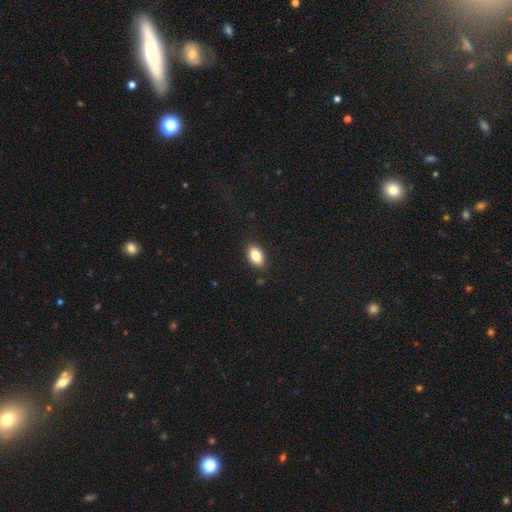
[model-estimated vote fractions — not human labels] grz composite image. It shows a smooth galaxy with no disk features (85%) that is in between round and cigar-shaped (92%). Merging: none (88%).